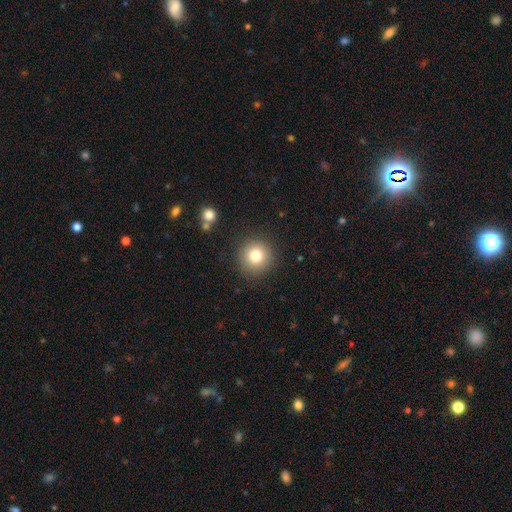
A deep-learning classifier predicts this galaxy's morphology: This appears to be a smooth galaxy with no disk features (79%) that is round (94%). Merging: none (89%).